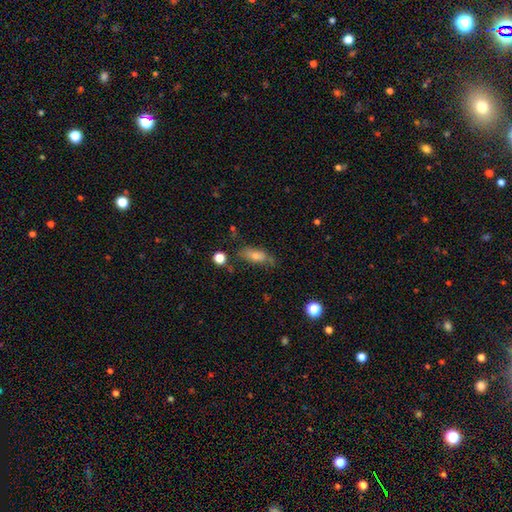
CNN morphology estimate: A smooth galaxy with no disk features (58%) that is in between round and cigar-shaped (65%).

Vote fractions:
- Smooth or featured? smooth: 58% / featured or disk: 28% / star or artifact: 14%
- How rounded? in between: 65% / cigar-shaped: 30% / round: 5%
- Merging? none: 63% / minor disturbance: 23% / major disturbance: 9% / merger: 5%